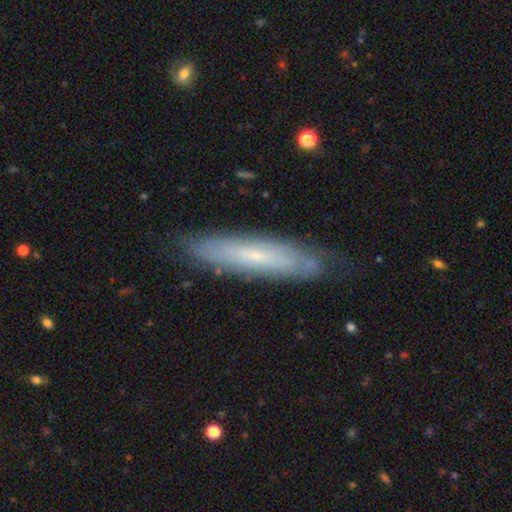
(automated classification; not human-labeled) Q: Smooth or featured?
A: featured or disk (56%); runner-up: smooth (37%)
Q: Edge-on disk?
A: yes (53%); runner-up: no (47%)
Q: Merging?
A: none (79%); runner-up: minor disturbance (16%)